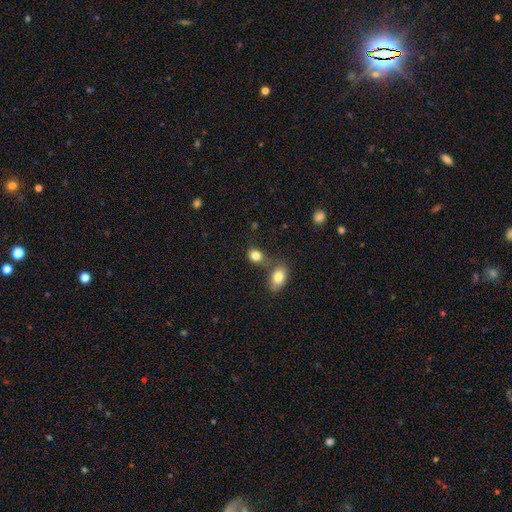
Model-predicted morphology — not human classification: Smooth or featured? smooth (83%)
How rounded? in between (58%)
Merging? none (53%)